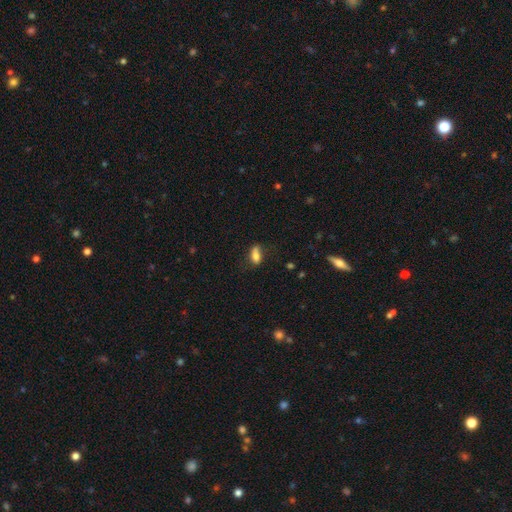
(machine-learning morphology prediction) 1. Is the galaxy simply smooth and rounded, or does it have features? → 75% smooth, 15% featured or disk, 9% star or artifact.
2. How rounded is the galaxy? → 79% in between, 14% cigar-shaped, 7% round.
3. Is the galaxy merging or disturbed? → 55% none, 27% minor disturbance, 11% major disturbance, 6% merger.